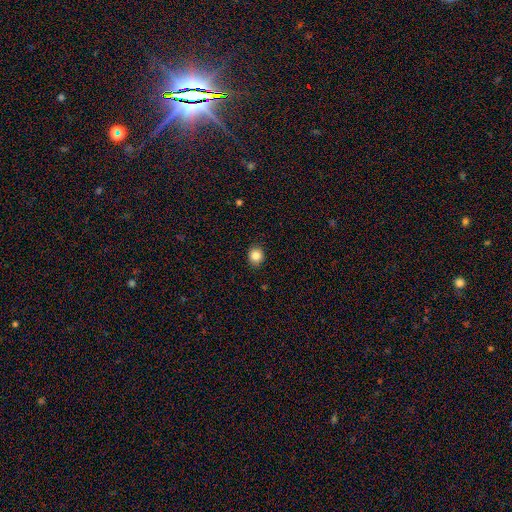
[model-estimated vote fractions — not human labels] Smooth or featured? smooth (85%)
How rounded? round (75%)
Merging? none (89%)